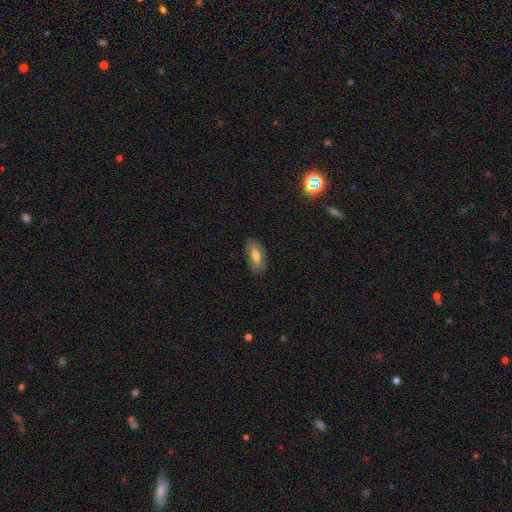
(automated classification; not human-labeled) Smooth or featured: smooth — 59% (featured or disk — 33%)
How rounded: in between — 79% (cigar-shaped — 17%)
Merging: none — 80% (minor disturbance — 16%)